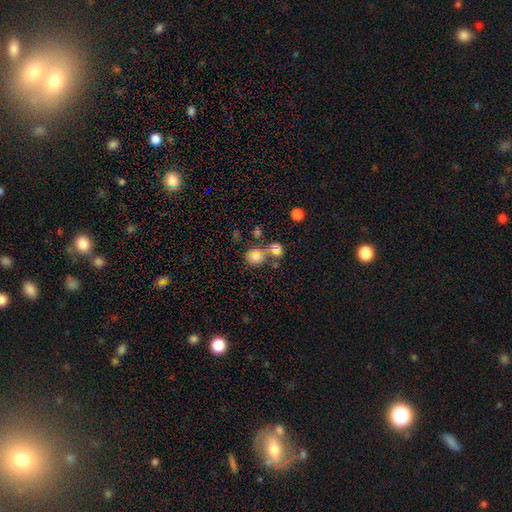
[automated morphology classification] Smooth or featured? smooth (77%)
How rounded? round (68%)
Merging? none (44%)